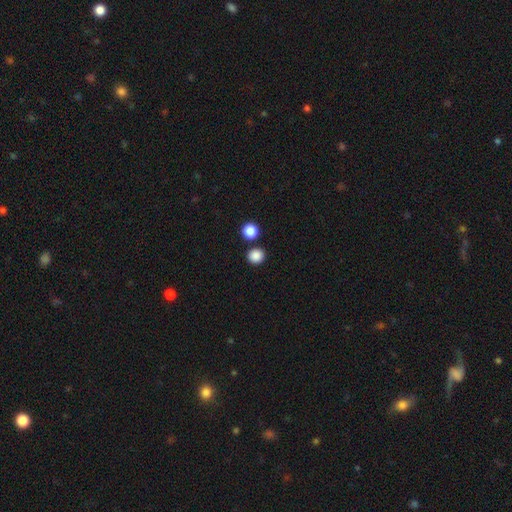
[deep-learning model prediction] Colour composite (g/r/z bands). It shows a smooth galaxy with no disk features (86%) that is round (87%). Merging: none (84%).